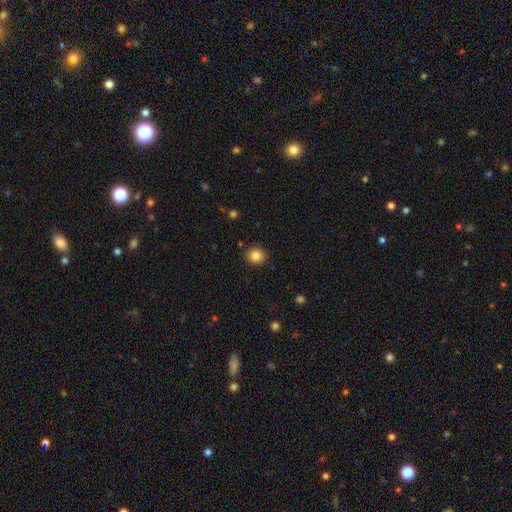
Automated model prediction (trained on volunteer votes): Smooth or featured? Predicted: smooth (p=0.85). How rounded? Predicted: round (p=0.86). Merging? Predicted: none (p=0.90).